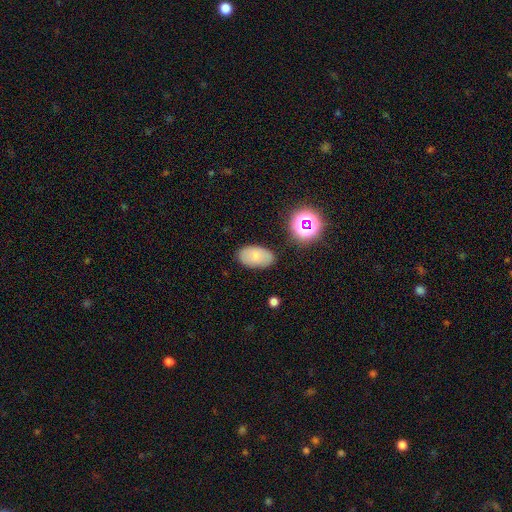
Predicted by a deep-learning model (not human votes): A smooth galaxy with no disk features (76%) that is in between round and cigar-shaped (93%). Merging: none (82%).